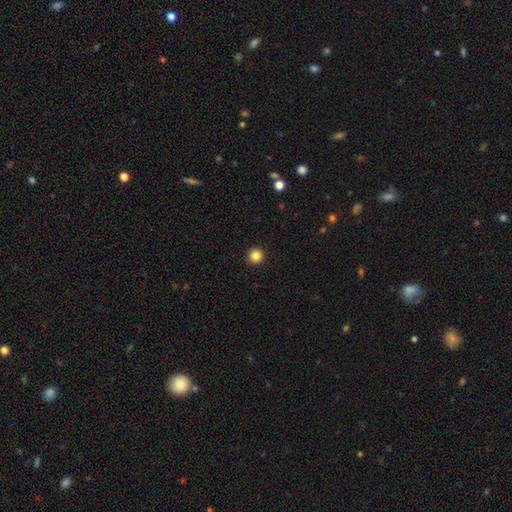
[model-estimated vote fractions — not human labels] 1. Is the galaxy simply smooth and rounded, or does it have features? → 85% smooth, 11% star or artifact, 4% featured or disk.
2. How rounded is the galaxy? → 96% round, 3% in between, 1% cigar-shaped.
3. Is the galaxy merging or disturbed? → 94% none, 4% minor disturbance, 1% major disturbance, 1% merger.